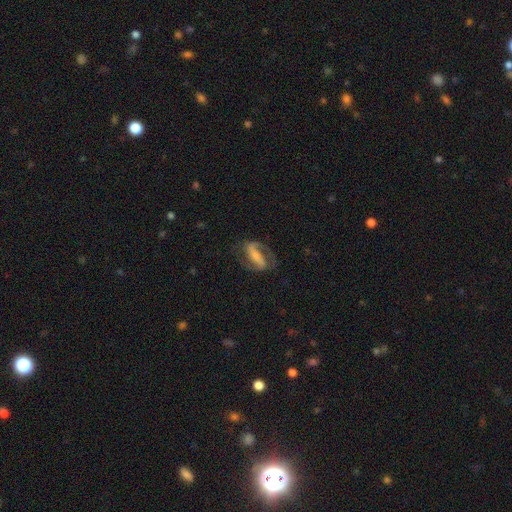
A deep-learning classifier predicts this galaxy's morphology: Q: Smooth or featured?
A: featured or disk (81%); runner-up: smooth (13%)
Q: Edge-on disk?
A: no (94%); runner-up: yes (6%)
Q: Bar?
A: strong (61%); runner-up: weak (24%)
Q: Spiral arms?
A: yes (93%); runner-up: no (7%)
Q: Spiral winding?
A: medium (48%); runner-up: loose (33%)
Q: Spiral arm count?
A: 2 (87%); runner-up: 1 (7%)
Q: Bulge size?
A: small (45%); runner-up: moderate (25%)
Q: Merging?
A: none (69%); runner-up: minor disturbance (15%)